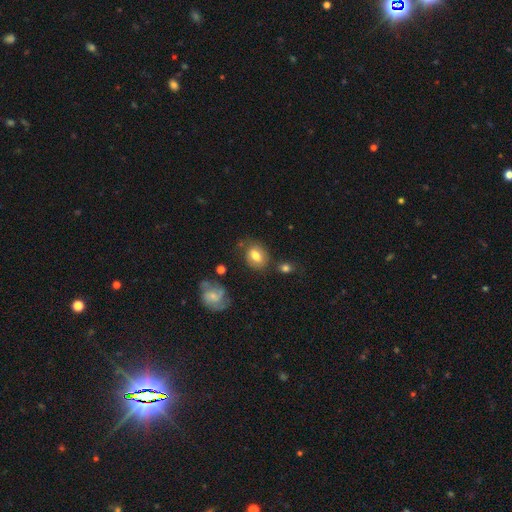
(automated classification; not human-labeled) Smooth or featured?
  - smooth: 73% *
  - featured or disk: 19%
  - star or artifact: 9%
How rounded?
  - in between: 61% *
  - round: 38%
  - cigar-shaped: 1%
Merging?
  - none: 68% *
  - minor disturbance: 19%
  - major disturbance: 7%
  - merger: 6%